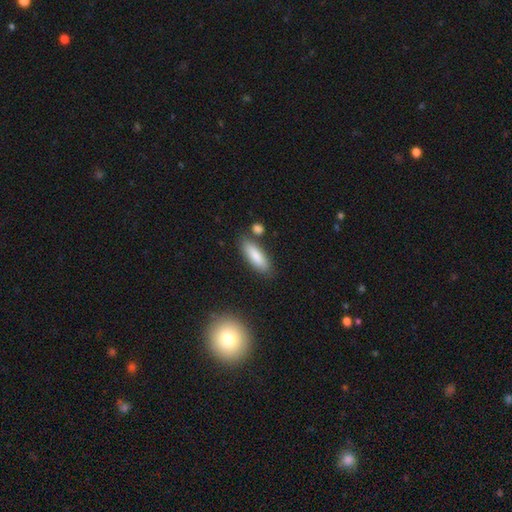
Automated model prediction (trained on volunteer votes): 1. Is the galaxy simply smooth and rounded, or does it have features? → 83% smooth, 11% featured or disk, 6% star or artifact.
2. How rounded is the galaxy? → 59% in between, 39% cigar-shaped, 2% round.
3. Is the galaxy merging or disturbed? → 77% none, 12% minor disturbance, 8% merger, 3% major disturbance.